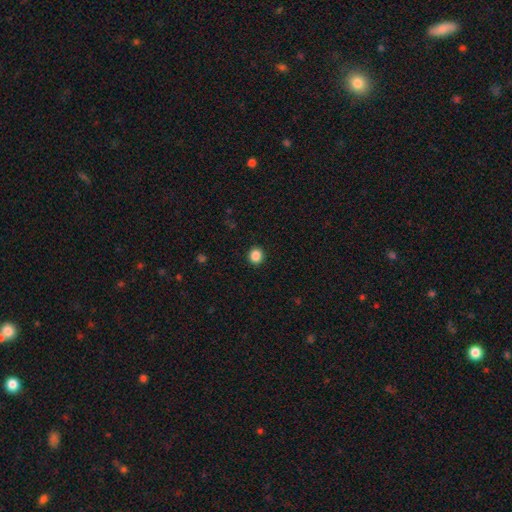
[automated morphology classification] type=smooth (87%); roundness=round (90%); merging=none (93%).